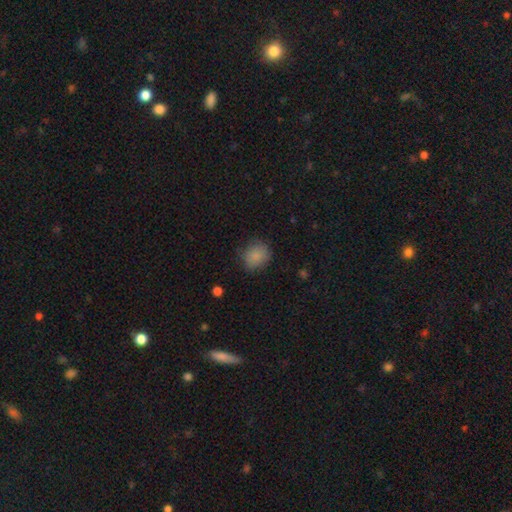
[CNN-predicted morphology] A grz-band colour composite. It shows a smooth galaxy with no disk features (85%) that is round (73%). Merging: none (76%).